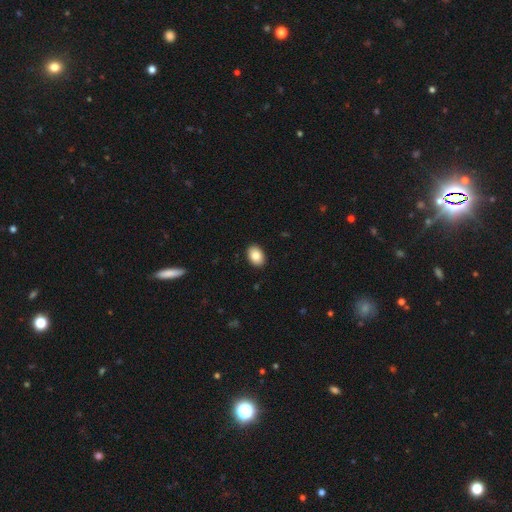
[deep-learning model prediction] smooth_or_featured: smooth (p=0.84) [alt: featured or disk p=0.08]
how_rounded: in between (p=0.81) [alt: round p=0.18]
merging: none (p=0.91) [alt: minor disturbance p=0.06]